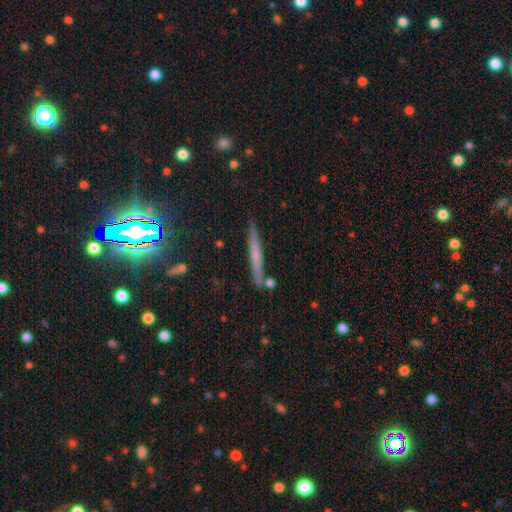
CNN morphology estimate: A smooth galaxy with no disk features (45%). Merging: none (84%).